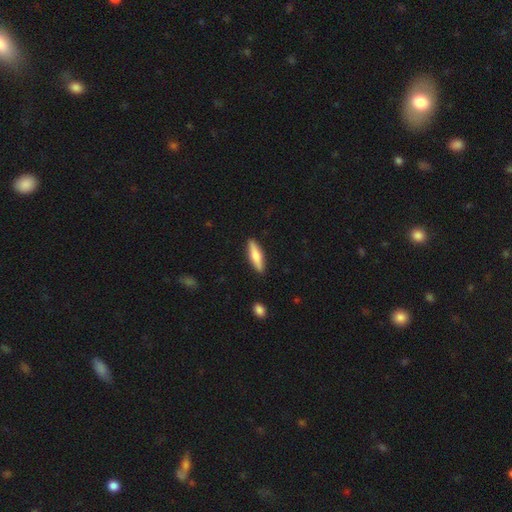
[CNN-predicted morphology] A smooth galaxy with no disk features (65%) that is cigar-shaped (72%). Merging: none (89%).